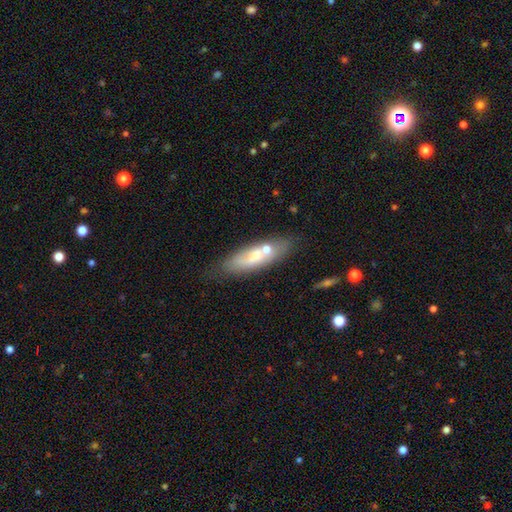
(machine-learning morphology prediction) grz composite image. It shows a smooth galaxy with no disk features (58%) that is in between round and cigar-shaped (53%). Merging: none (61%).